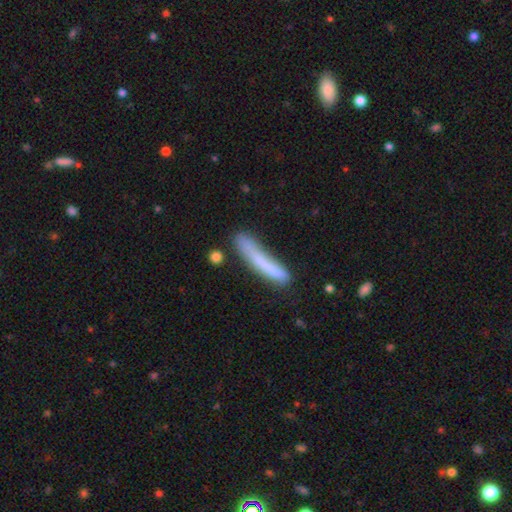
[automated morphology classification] Smooth or featured?
  - smooth: 71% *
  - featured or disk: 22%
  - star or artifact: 7%
How rounded?
  - cigar-shaped: 93% *
  - in between: 5%
  - round: 1%
Merging?
  - none: 61% *
  - minor disturbance: 23%
  - major disturbance: 8%
  - merger: 8%